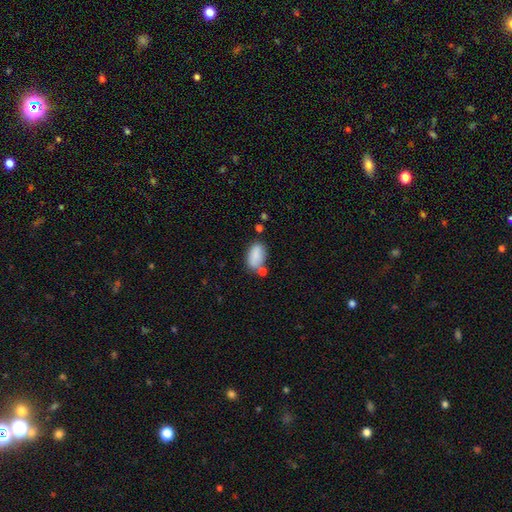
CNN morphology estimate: smooth_or_featured: smooth (p=0.85) [alt: star or artifact p=0.07]
how_rounded: in between (p=0.93) [alt: round p=0.04]
merging: none (p=0.58) [alt: minor disturbance p=0.18]